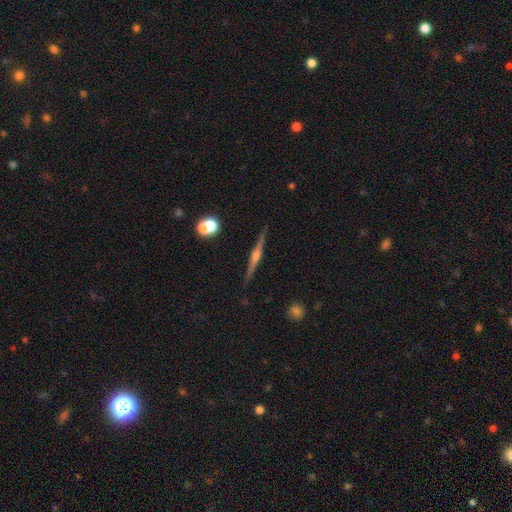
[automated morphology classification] This appears to be a featured or disk galaxy (81%) viewed edge-on (98%) with a rounded central bulge (82%). Merging: none (90%).